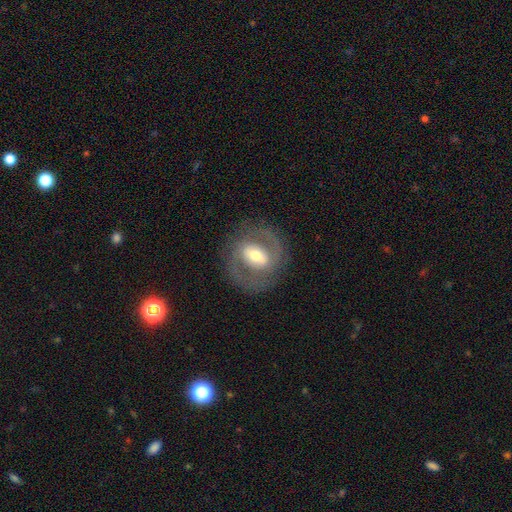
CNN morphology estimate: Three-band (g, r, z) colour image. It shows a featured or disk galaxy (76%) with a strong bar (42%), 2 (85%) medium (50%) spiral arms (79%) and a moderate central bulge (61%). Merging: none (79%).